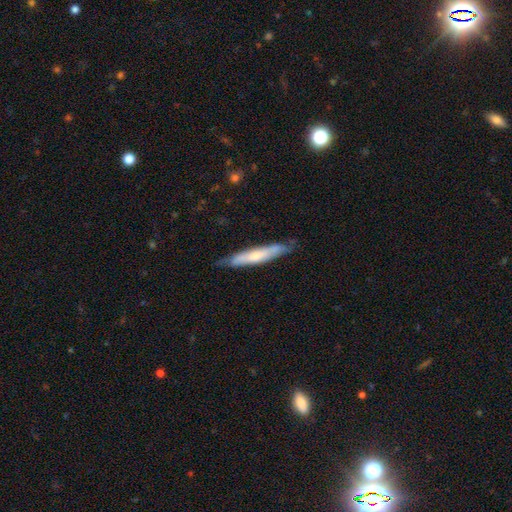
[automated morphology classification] This is possibly a smooth galaxy (50%). How rounded: clearly cigar-shaped (88%). Merging: likely none (74%).